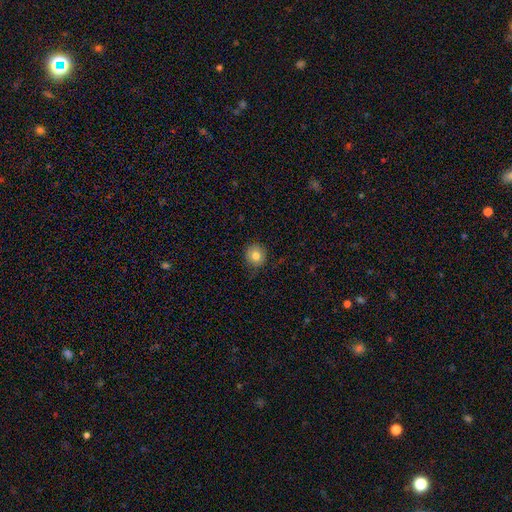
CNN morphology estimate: A smooth galaxy with no disk features (80%) that is round (90%).

Vote fractions:
- Smooth or featured? smooth: 80% / star or artifact: 10% / featured or disk: 9%
- How rounded? round: 90% / in between: 9% / cigar-shaped: 1%
- Merging? none: 82% / minor disturbance: 14% / major disturbance: 3% / merger: 1%